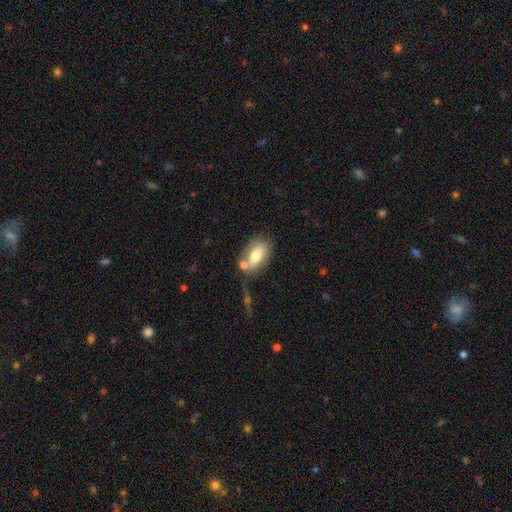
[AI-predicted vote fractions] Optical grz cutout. It shows a smooth galaxy with no disk features (64%) that is in between round and cigar-shaped (86%). Merging: none (57%).